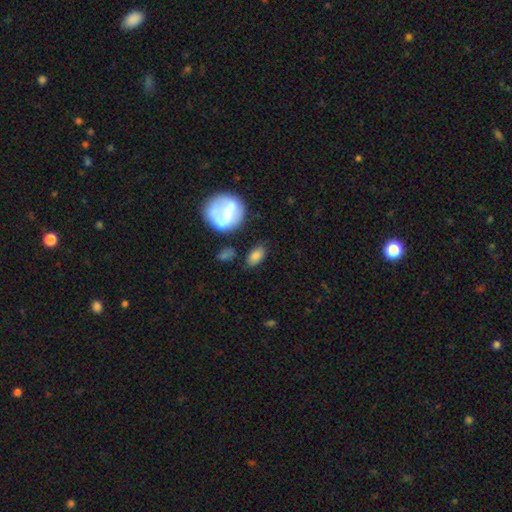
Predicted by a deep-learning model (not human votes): Smooth or featured? Predicted: smooth (p=0.79). How rounded? Predicted: in between (p=0.85). Merging? Predicted: none (p=0.70).